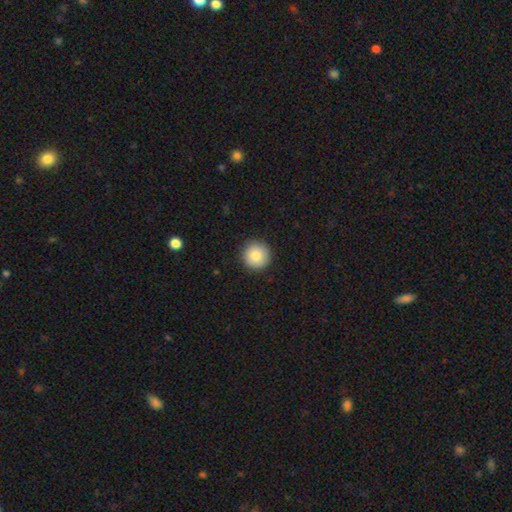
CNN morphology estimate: A smooth galaxy with no disk features (84%) that is round (96%).

Vote fractions:
- Smooth or featured? smooth: 84% / star or artifact: 8% / featured or disk: 8%
- How rounded? round: 96% / in between: 3% / cigar-shaped: 1%
- Merging? none: 92% / minor disturbance: 6% / major disturbance: 2% / merger: 1%